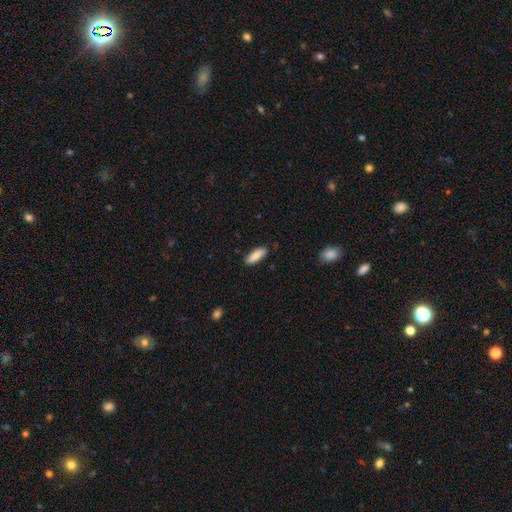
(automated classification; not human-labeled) Morphology: type=smooth (86%); roundness=in between (55%); merging=none (86%).